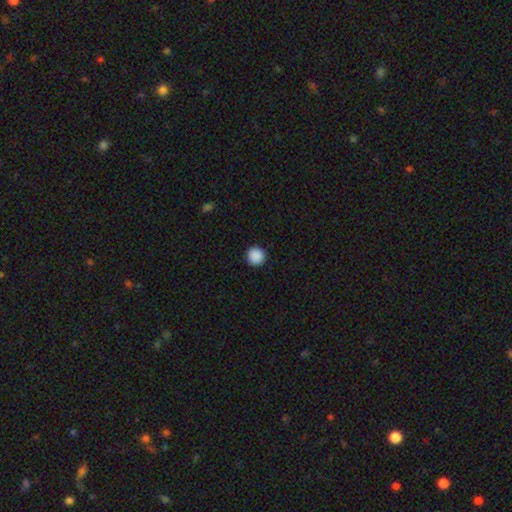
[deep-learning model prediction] smooth_or_featured: smooth (p=0.89) [alt: star or artifact p=0.08]
how_rounded: round (p=0.95) [alt: in between p=0.04]
merging: none (p=0.92) [alt: minor disturbance p=0.05]